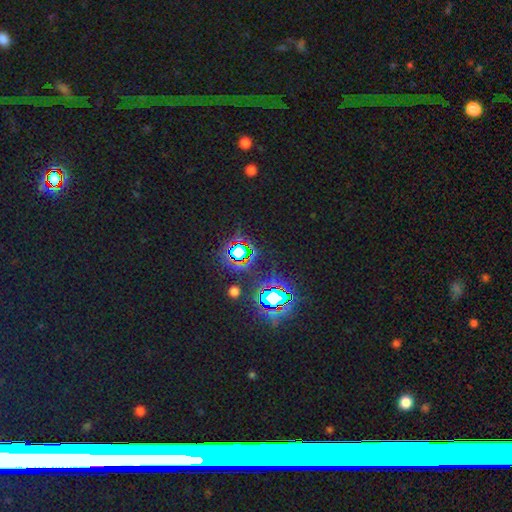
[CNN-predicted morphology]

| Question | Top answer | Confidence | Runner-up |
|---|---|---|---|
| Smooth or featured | star or artifact | 74% | smooth (14%) |